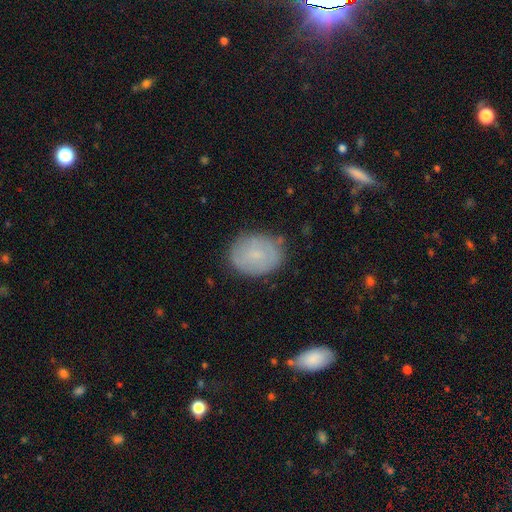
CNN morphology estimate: Smooth or featured? Predicted: smooth (p=0.57). How rounded? Predicted: in between (p=0.57). Merging? Predicted: none (p=0.81).